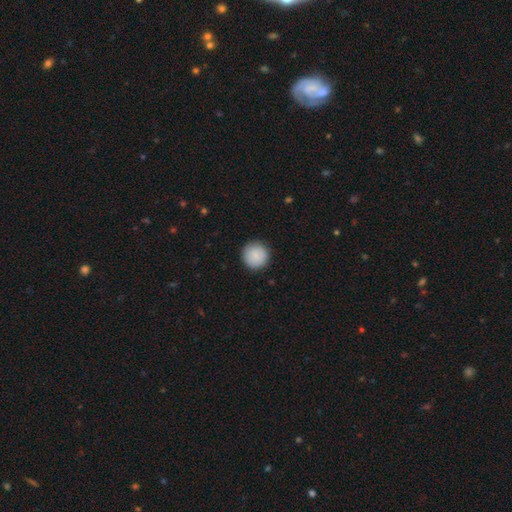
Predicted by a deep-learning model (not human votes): smooth-or-featured: smooth: 88% | star or artifact: 7% | featured or disk: 6%
  how-rounded: round: 96% | in between: 3% | cigar-shaped: 1%
  merging: none: 91% | minor disturbance: 7% | major disturbance: 2% | merger: 1%